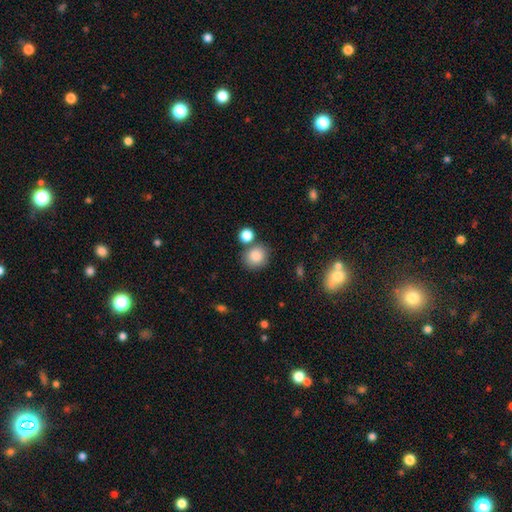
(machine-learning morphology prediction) A smooth galaxy with no disk features (85%) that is round (78%). Merging: none (71%).